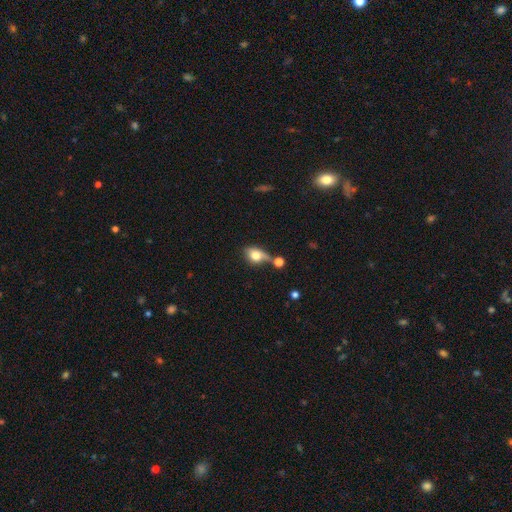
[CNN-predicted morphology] type=smooth (71%); roundness=in between (70%); merging=none (37%).